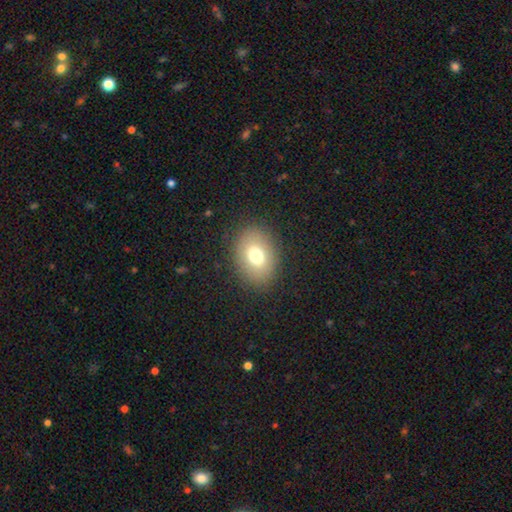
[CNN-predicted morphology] smooth 72%, featured or disk 17%, star or artifact 11%. Down the decision tree: how rounded — in between (67%); merging — none (86%).